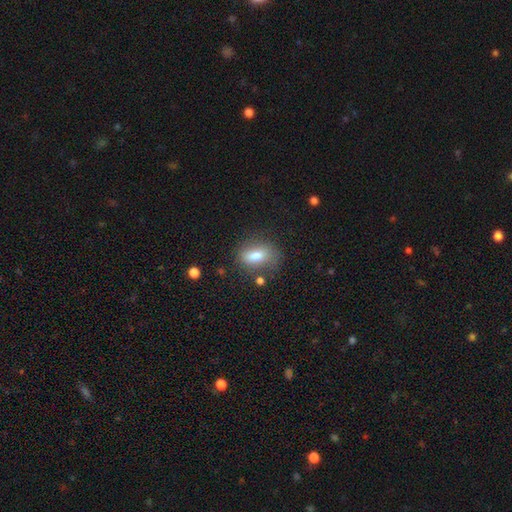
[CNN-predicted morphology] Smooth or featured? smooth (77%)
How rounded? in between (80%)
Merging? none (68%)